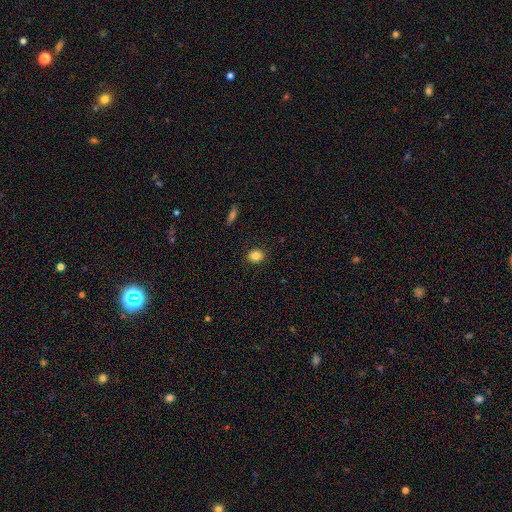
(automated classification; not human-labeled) The model was most divided on "how rounded": round: 55%, in between: 44%, cigar-shaped: 1%. More confident: merging — none (89%); smooth or featured — smooth (84%).